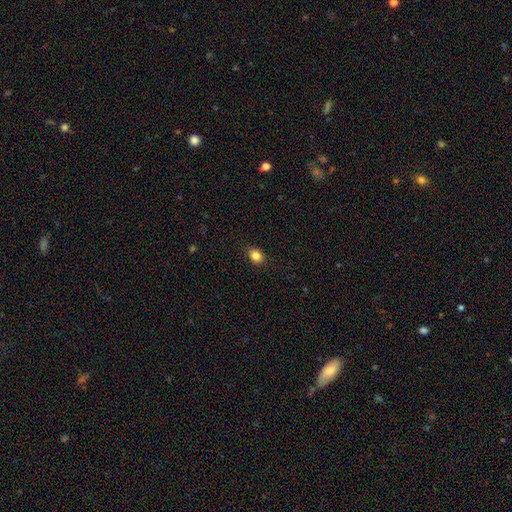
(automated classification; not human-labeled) This appears to be a smooth galaxy with no disk features (84%) that is in between round and cigar-shaped (64%). Merging: none (87%).